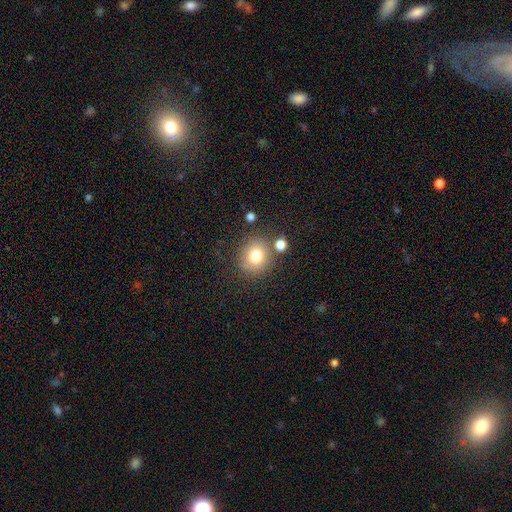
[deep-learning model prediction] This is likely a smooth galaxy (77%). How rounded: clearly round (83%). Merging: likely none (75%).